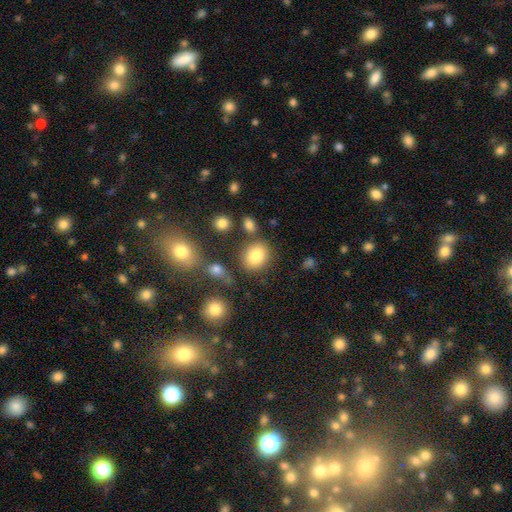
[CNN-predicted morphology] smooth 83%, star or artifact 9%, featured or disk 7%. Down the decision tree: how rounded — round (60%); merging — none (76%).